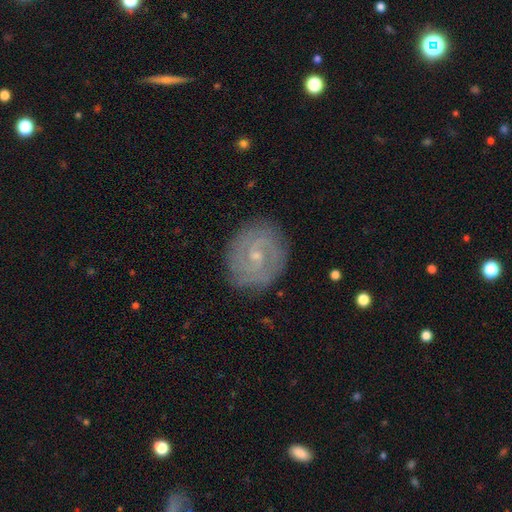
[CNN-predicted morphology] Overall: featured or disk (78%). Edge-on disk: no (97%). Bar: no (47%; weak 44%). Spiral arms: yes (93%). Spiral arm count: 2 (48%; can't tell 26%). Spiral winding: tight (65%; medium 28%). Bulge size: small (71%). Merging: none (84%).